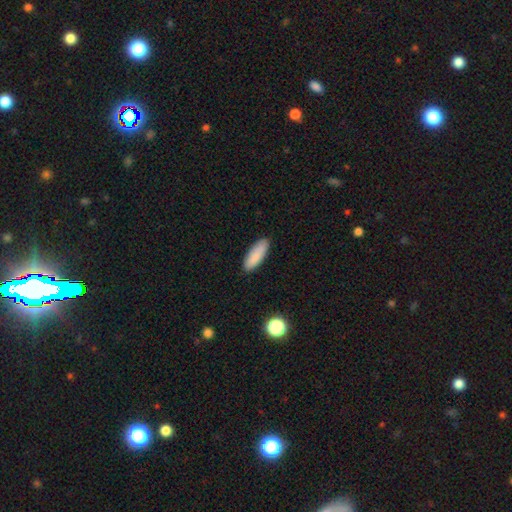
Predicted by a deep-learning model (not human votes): smooth-or-featured: smooth: 88% | star or artifact: 6% | featured or disk: 5%
  how-rounded: in between: 61% | cigar-shaped: 37% | round: 2%
  merging: none: 88% | minor disturbance: 9% | major disturbance: 2% | merger: 1%